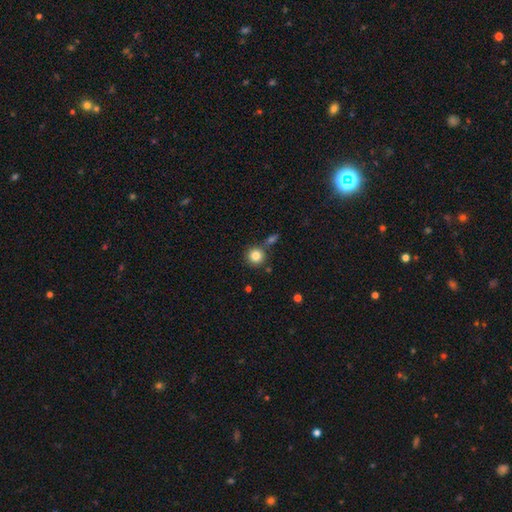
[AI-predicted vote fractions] Smooth or featured: smooth — 84% (star or artifact — 10%)
How rounded: round — 93% (in between — 6%)
Merging: none — 76% (merger — 12%)